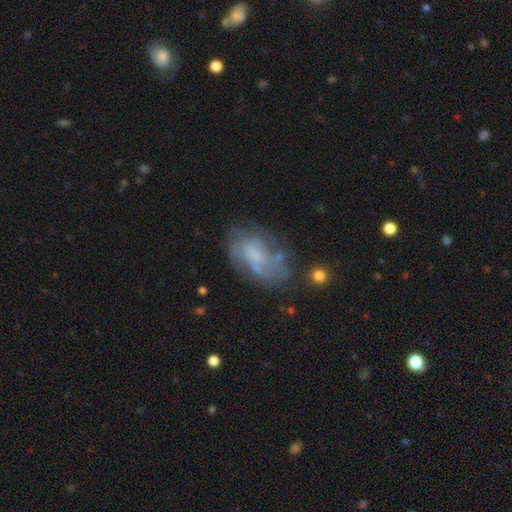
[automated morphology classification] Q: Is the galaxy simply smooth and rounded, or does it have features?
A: featured or disk — 62%.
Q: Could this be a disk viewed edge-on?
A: no — 96%.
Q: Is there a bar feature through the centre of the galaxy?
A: no — 67%.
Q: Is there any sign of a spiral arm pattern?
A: yes — 69%.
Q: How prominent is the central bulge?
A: none — 34%.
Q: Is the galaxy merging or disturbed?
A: none — 55%.